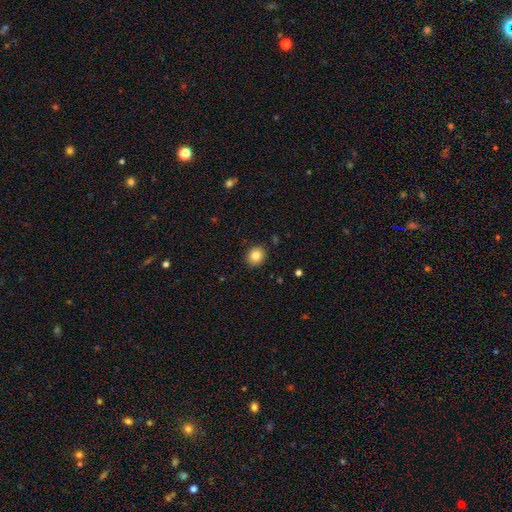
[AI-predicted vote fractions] A smooth galaxy with no disk features (82%) that is round (75%).

Vote fractions:
- Smooth or featured? smooth: 82% / star or artifact: 10% / featured or disk: 8%
- How rounded? round: 75% / in between: 24% / cigar-shaped: 1%
- Merging? none: 90% / minor disturbance: 7% / major disturbance: 2% / merger: 1%